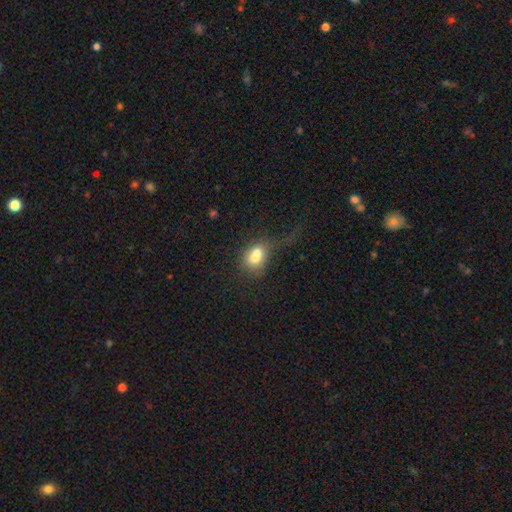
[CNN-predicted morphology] This is likely a smooth galaxy (70%). How rounded: likely in between (64%). Merging: possibly merger (46%).